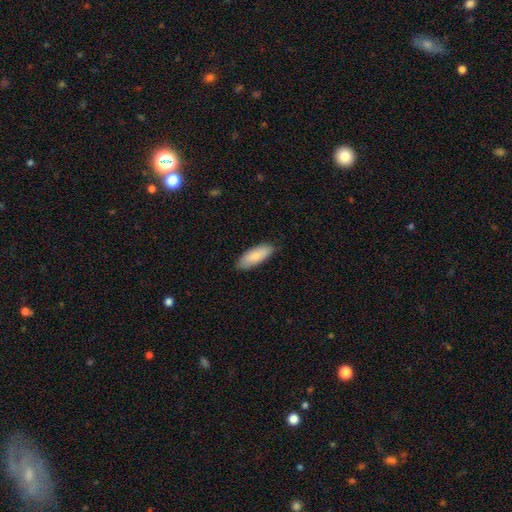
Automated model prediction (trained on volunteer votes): smooth_or_featured: smooth (p=0.83) [alt: featured or disk p=0.11]
how_rounded: in between (p=0.76) [alt: cigar-shaped p=0.22]
merging: none (p=0.85) [alt: minor disturbance p=0.12]